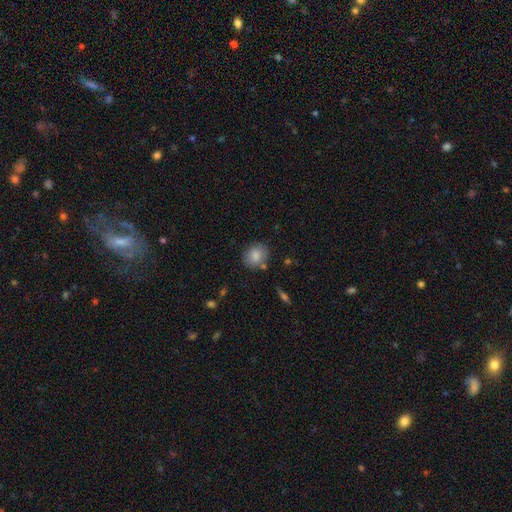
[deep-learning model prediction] Smooth or featured? smooth (83%)
How rounded? round (64%)
Merging? none (79%)